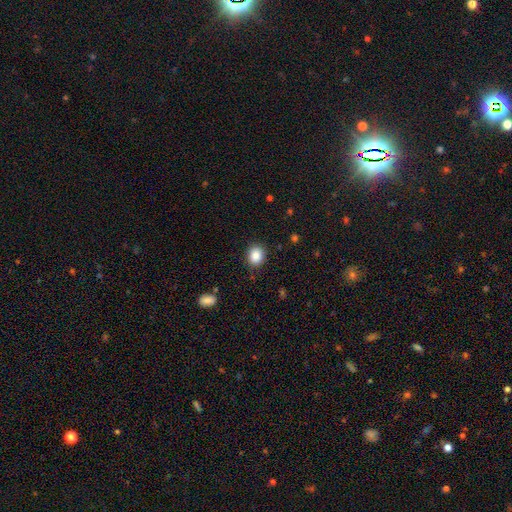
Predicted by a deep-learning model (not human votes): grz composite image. It shows a smooth galaxy with no disk features (87%) that is round (60%). Merging: none (88%).